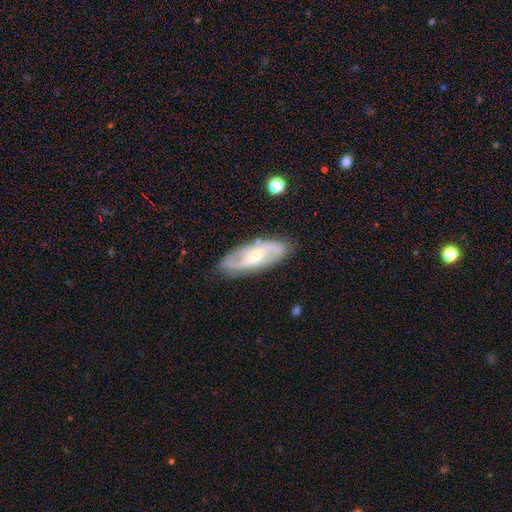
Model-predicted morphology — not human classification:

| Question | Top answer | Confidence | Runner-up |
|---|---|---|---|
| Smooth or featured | featured or disk | 77% | smooth (17%) |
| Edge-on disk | no | 88% | yes (12%) |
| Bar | weak | 42% | no (39%) |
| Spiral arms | yes | 89% | no (11%) |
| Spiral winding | medium | 45% | loose (30%) |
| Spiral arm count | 2 | 77% | can't tell (14%) |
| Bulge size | small | 54% | moderate (42%) |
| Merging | none | 81% | minor disturbance (14%) |